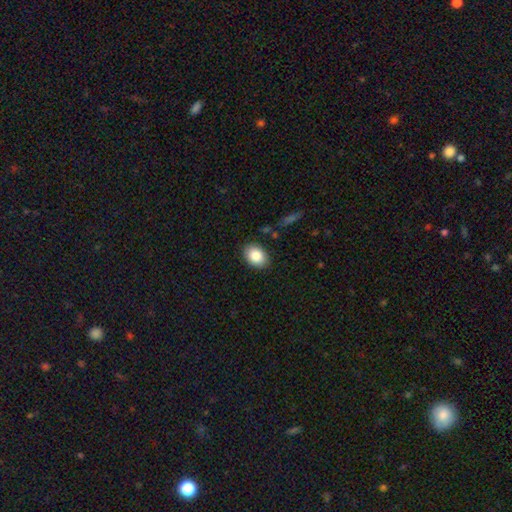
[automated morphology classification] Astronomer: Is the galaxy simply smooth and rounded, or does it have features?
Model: smooth — 86%.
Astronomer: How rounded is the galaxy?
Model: in between — 75%.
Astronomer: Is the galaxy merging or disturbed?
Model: none — 87%.